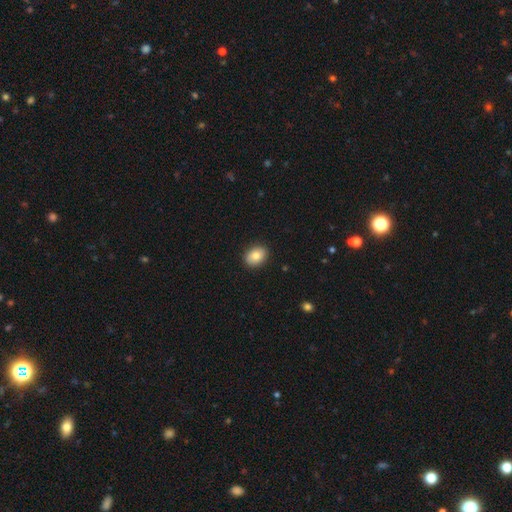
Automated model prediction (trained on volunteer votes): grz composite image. It shows a smooth galaxy with no disk features (83%) that is in between round and cigar-shaped (71%). Merging: none (89%).